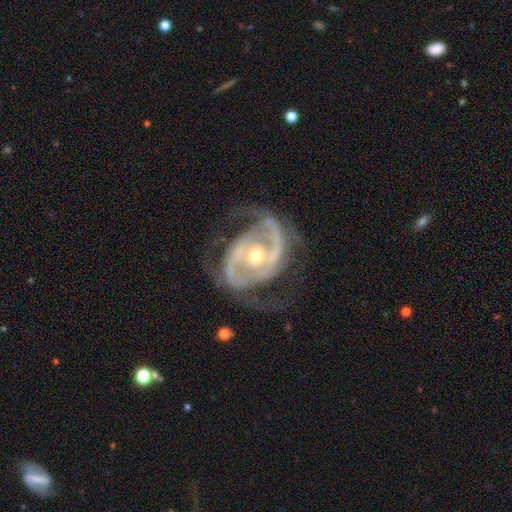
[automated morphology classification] Smooth or featured? featured or disk (91%)
Edge-on disk? no (97%)
Bar? no (47%)
Spiral arms? yes (95%)
Spiral winding? medium (51%)
Spiral arm count? 2 (79%)
Bulge size? moderate (50%)
Merging? none (63%)